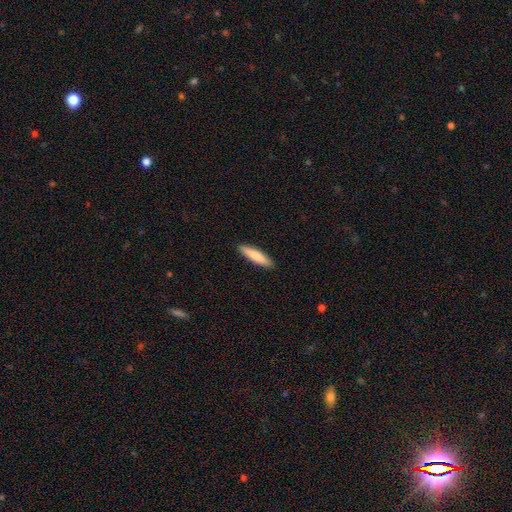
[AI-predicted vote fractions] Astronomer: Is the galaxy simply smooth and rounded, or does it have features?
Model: smooth — 75%.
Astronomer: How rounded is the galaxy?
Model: cigar-shaped — 77%.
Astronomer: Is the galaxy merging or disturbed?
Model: none — 91%.